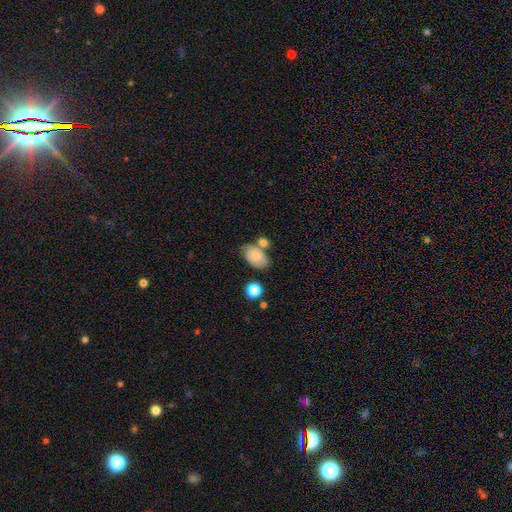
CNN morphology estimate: Smooth or featured?
  - smooth: 72% *
  - featured or disk: 20%
  - star or artifact: 8%
How rounded?
  - in between: 86% *
  - round: 12%
  - cigar-shaped: 1%
Merging?
  - none: 49% *
  - merger: 25%
  - minor disturbance: 20%
  - major disturbance: 6%